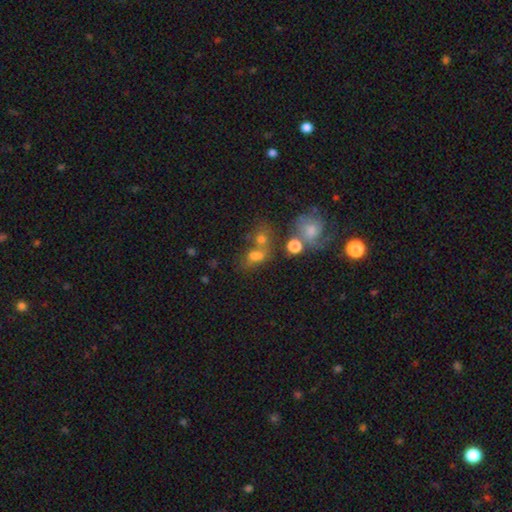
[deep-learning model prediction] smooth_or_featured: smooth (p=0.62) [alt: featured or disk p=0.19]
how_rounded: in between (p=0.57) [alt: round p=0.40]
merging: merger (p=0.43) [alt: none p=0.33]